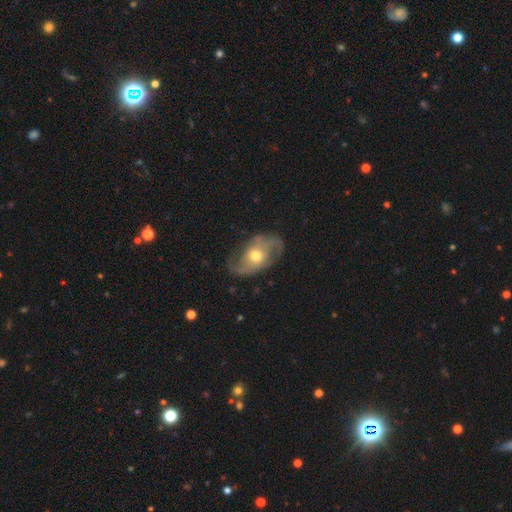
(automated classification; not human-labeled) Smooth or featured: featured or disk — 78% (smooth — 16%)
Edge-on disk: no — 95% (yes — 5%)
Bar: no — 65% (weak — 27%)
Spiral arms: yes — 88% (no — 12%)
Spiral winding: loose — 44% (medium — 40%)
Spiral arm count: 2 — 87% (can't tell — 6%)
Bulge size: moderate — 71% (small — 20%)
Merging: none — 70% (minor disturbance — 19%)